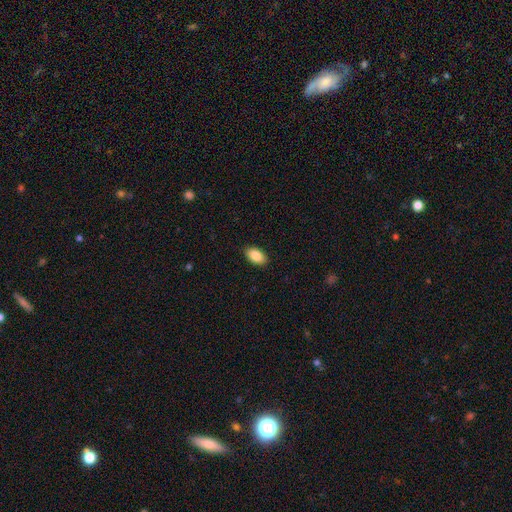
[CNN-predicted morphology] Smooth or featured? smooth (88%)
How rounded? in between (93%)
Merging? none (89%)